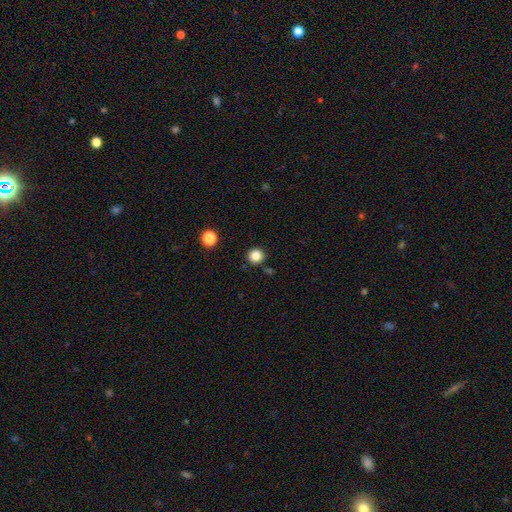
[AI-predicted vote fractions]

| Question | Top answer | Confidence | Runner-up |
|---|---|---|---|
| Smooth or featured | smooth | 85% | star or artifact (11%) |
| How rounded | round | 94% | in between (5%) |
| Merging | none | 89% | minor disturbance (6%) |